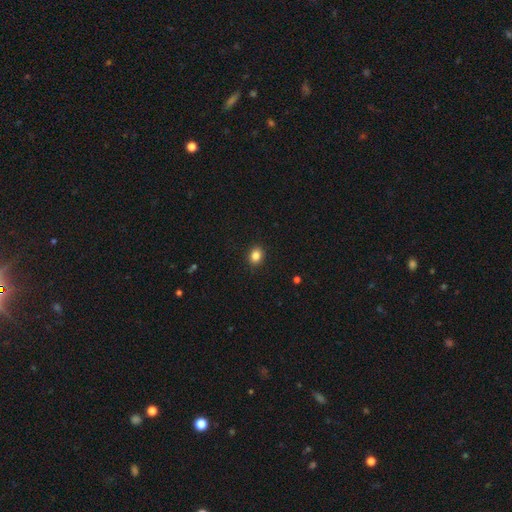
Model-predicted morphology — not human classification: A smooth galaxy with no disk features (85%) that is round (53%).

Vote fractions:
- Smooth or featured? smooth: 85% / star or artifact: 11% / featured or disk: 4%
- How rounded? round: 53% / in between: 46% / cigar-shaped: 1%
- Merging? none: 90% / minor disturbance: 7% / major disturbance: 2% / merger: 1%